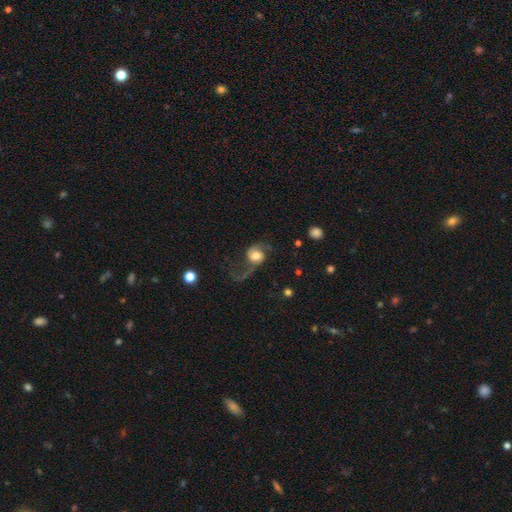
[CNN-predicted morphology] Overall: featured or disk (64%; smooth 28%). Edge-on disk: no (97%). Bar: no (66%; weak 28%). Spiral arms: yes (91%). Spiral arm count: 2 (73%). Spiral winding: loose (76%). Bulge size: moderate (44%; large 36%). Merging: none (41%; major disturbance 40%).